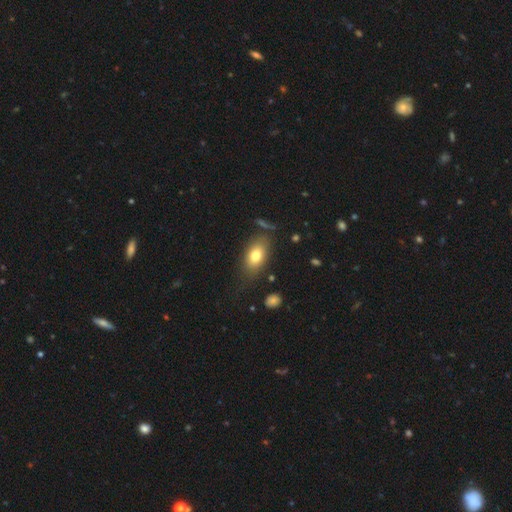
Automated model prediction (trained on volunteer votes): Smooth or featured?
  - smooth: 76% *
  - featured or disk: 16%
  - star or artifact: 9%
How rounded?
  - in between: 87% *
  - round: 9%
  - cigar-shaped: 4%
Merging?
  - none: 73% *
  - minor disturbance: 17%
  - major disturbance: 6%
  - merger: 4%